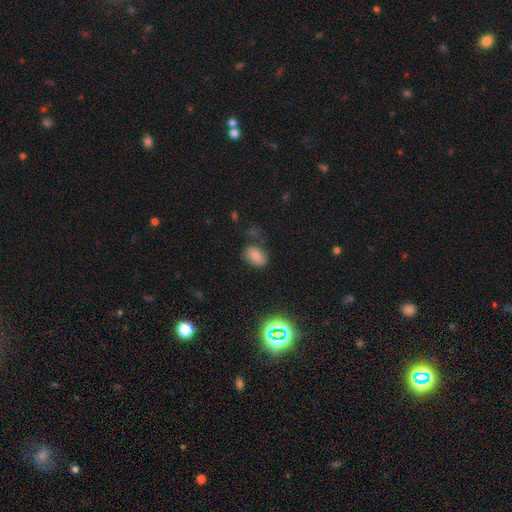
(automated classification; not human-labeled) smooth-or-featured: smooth: 72% | star or artifact: 15% | featured or disk: 13%
  how-rounded: in between: 79% | round: 20% | cigar-shaped: 1%
  merging: none: 71% | minor disturbance: 19% | major disturbance: 6% | merger: 4%